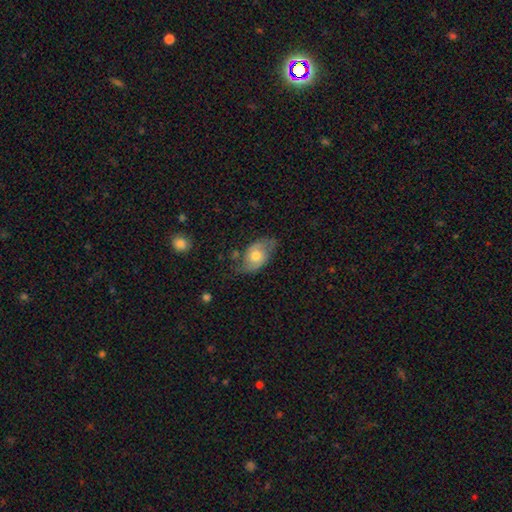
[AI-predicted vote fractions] A smooth galaxy with no disk features (49%).

Vote fractions:
- Smooth or featured? smooth: 49% / featured or disk: 44% / star or artifact: 7%
- Merging? none: 60% / minor disturbance: 28% / major disturbance: 10% / merger: 2%